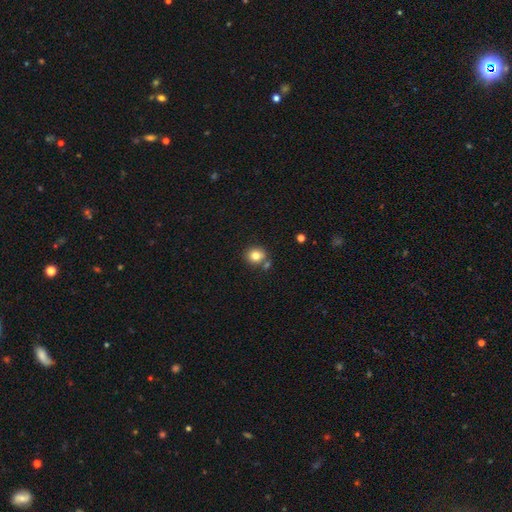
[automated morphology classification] smooth-or-featured: smooth: 80% | star or artifact: 11% | featured or disk: 9%
  how-rounded: round: 80% | in between: 19% | cigar-shaped: 1%
  merging: none: 72% | merger: 15% | minor disturbance: 10% | major disturbance: 3%